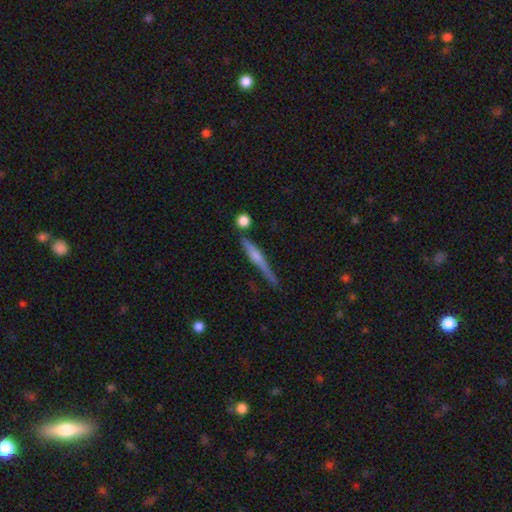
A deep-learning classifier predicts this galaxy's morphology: A featured or disk galaxy (64%) viewed edge-on (95%) with a rounded central bulge (67%).

Vote fractions:
- Smooth or featured? featured or disk: 64% / smooth: 26% / star or artifact: 11%
- Edge-on disk? yes: 95% / no: 5%
- Edge-on bulge? rounded: 67% / none: 22% / boxy: 12%
- Merging? none: 74% / minor disturbance: 16% / merger: 6% / major disturbance: 5%